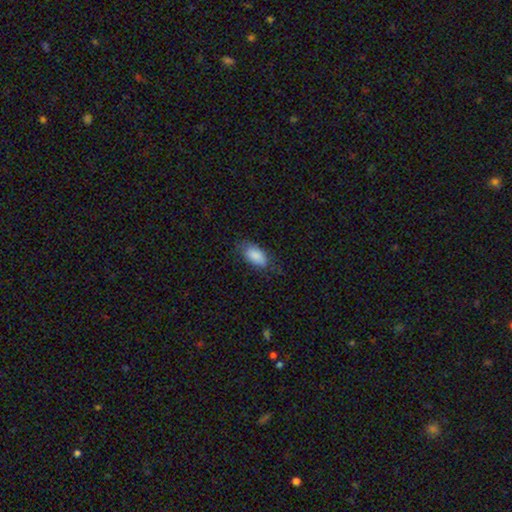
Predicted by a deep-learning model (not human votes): Smooth or featured? Predicted: smooth (p=0.87). How rounded? Predicted: in between (p=0.92). Merging? Predicted: none (p=0.71).